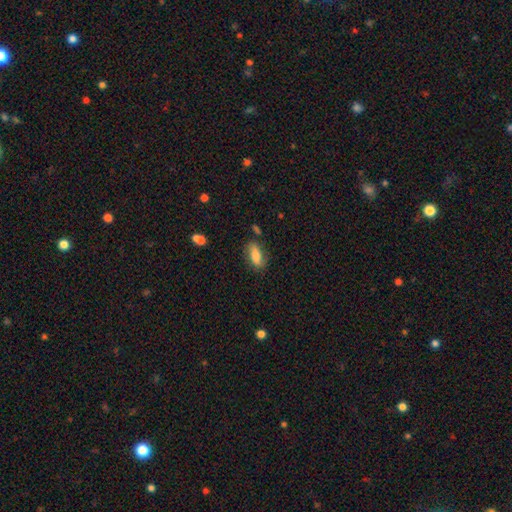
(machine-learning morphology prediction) This appears to be a smooth galaxy with no disk features (71%) that is in between round and cigar-shaped (80%). Merging: none (74%).